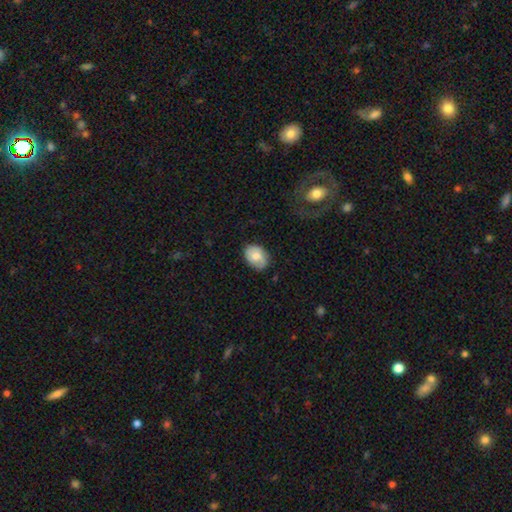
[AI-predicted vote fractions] Smooth or featured? smooth (63%)
How rounded? in between (74%)
Merging? none (72%)